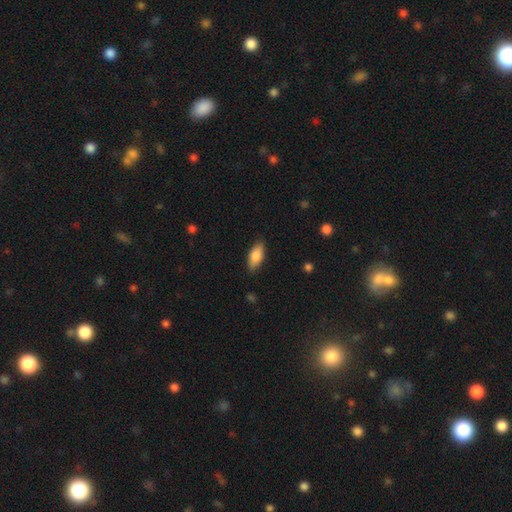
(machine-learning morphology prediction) smooth 82%, featured or disk 11%, star or artifact 6%. Down the decision tree: how rounded — in between (83%); merging — none (86%).